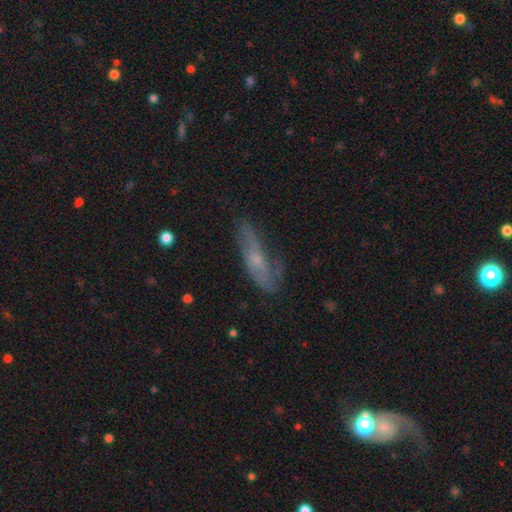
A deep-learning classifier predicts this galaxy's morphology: This is possibly a featured or disk galaxy (50%). It is likely not viewed edge-on (71%). Merging: possibly none (52%).